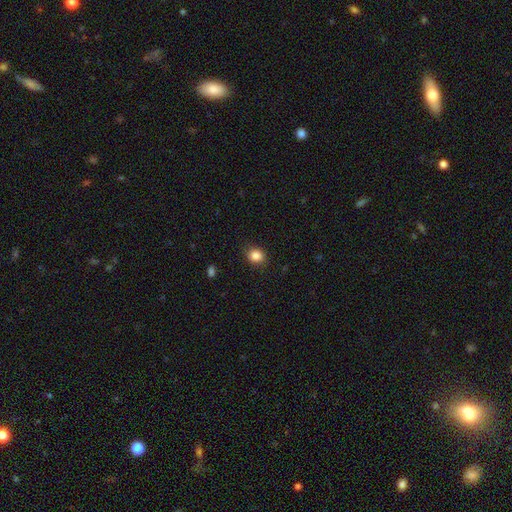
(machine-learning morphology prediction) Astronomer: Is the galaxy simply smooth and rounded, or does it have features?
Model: smooth — 86%.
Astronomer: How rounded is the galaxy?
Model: round — 63%.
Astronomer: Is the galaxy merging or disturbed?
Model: none — 87%.